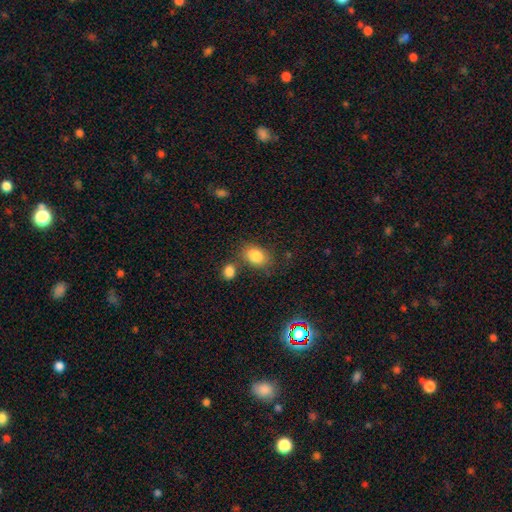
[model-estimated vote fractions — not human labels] Smooth or featured? smooth (83%)
How rounded? in between (73%)
Merging? none (68%)